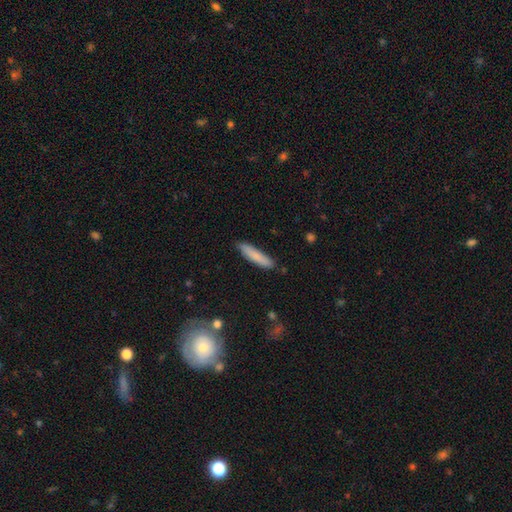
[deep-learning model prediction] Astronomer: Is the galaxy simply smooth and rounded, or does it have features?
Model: smooth — 82%.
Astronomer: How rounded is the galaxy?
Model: cigar-shaped — 86%.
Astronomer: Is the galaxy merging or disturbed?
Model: none — 87%.